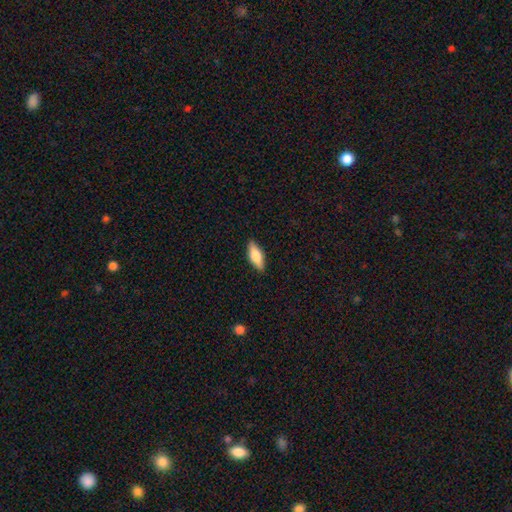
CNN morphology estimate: smooth-or-featured: smooth: 69% | featured or disk: 25% | star or artifact: 6%
  how-rounded: in between: 69% | cigar-shaped: 29% | round: 2%
  merging: none: 88% | minor disturbance: 9% | major disturbance: 2% | merger: 1%